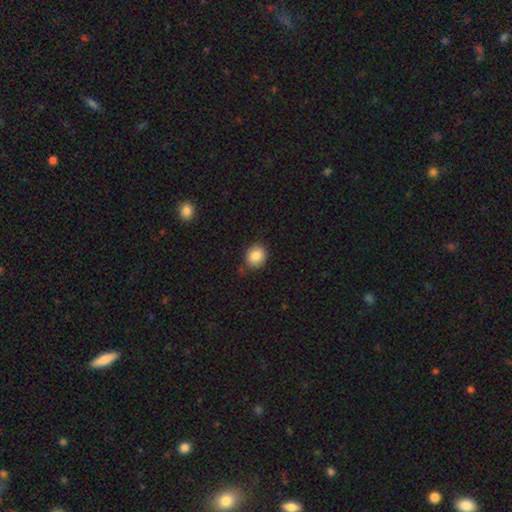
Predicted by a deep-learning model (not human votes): Q: Smooth or featured?
A: smooth (86%); runner-up: star or artifact (9%)
Q: How rounded?
A: round (68%); runner-up: in between (31%)
Q: Merging?
A: none (79%); runner-up: minor disturbance (15%)